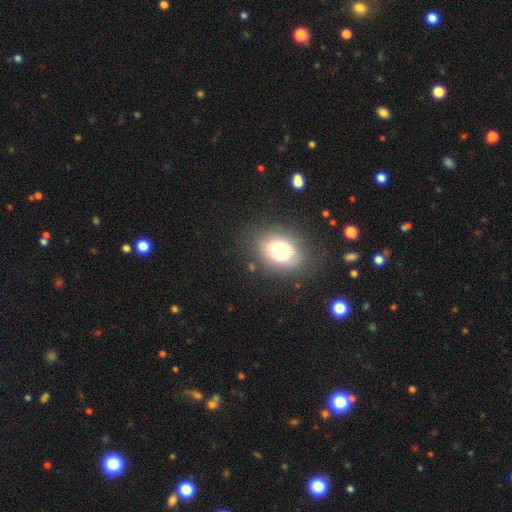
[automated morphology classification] A smooth galaxy with no disk features (69%) that is in between round and cigar-shaped (69%).

Vote fractions:
- Smooth or featured? smooth: 69% / star or artifact: 22% / featured or disk: 9%
- How rounded? in between: 69% / round: 30% / cigar-shaped: 2%
- Merging? none: 89% / minor disturbance: 7% / major disturbance: 3% / merger: 2%